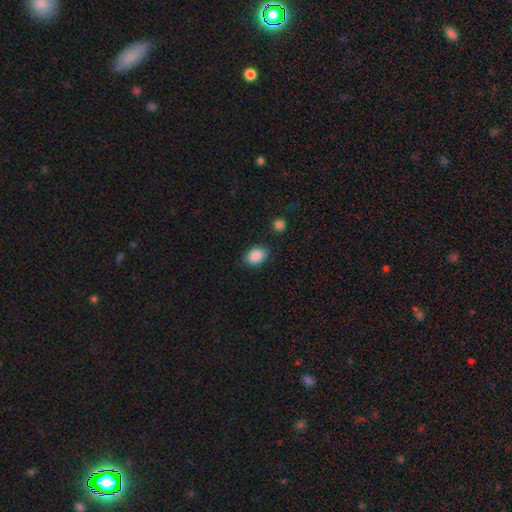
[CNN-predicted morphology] This is clearly a smooth galaxy (88%). How rounded: likely in between (76%). Merging: clearly none (82%).